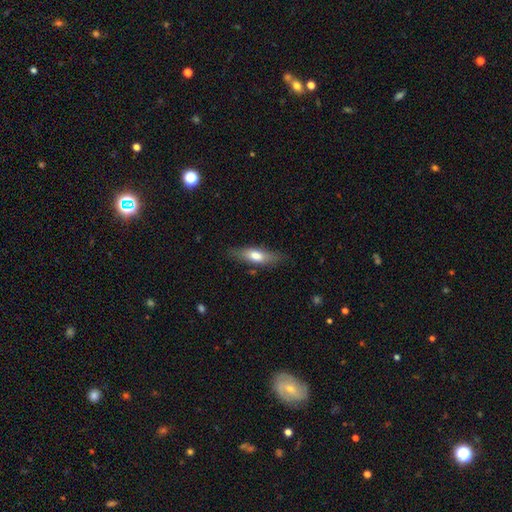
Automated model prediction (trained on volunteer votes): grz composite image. It shows a smooth galaxy with no disk features (66%) that is cigar-shaped (50%). Merging: none (80%).